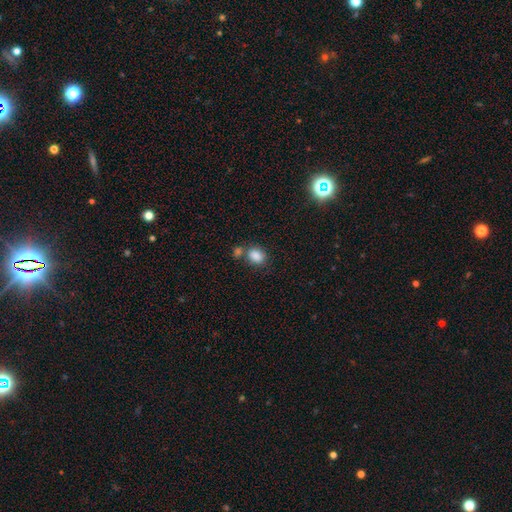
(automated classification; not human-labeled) This appears to be a smooth galaxy with no disk features (86%) that is in between round and cigar-shaped (55%). Merging: none (53%).